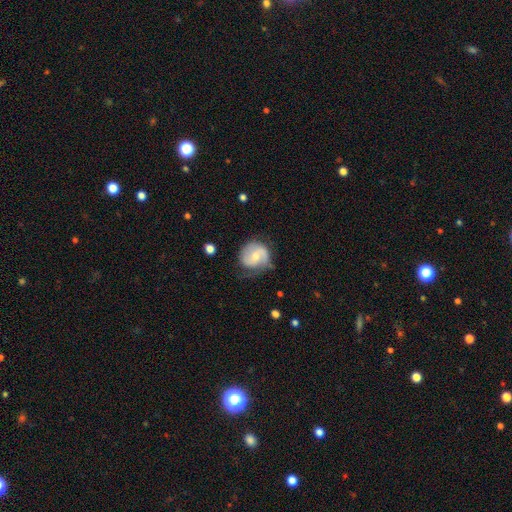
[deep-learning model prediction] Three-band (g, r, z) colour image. It shows a featured or disk galaxy (64%) with no bar (47%), 2 (74%) medium (44%) spiral arms (88%) and a moderate central bulge (53%). Merging: none (61%).